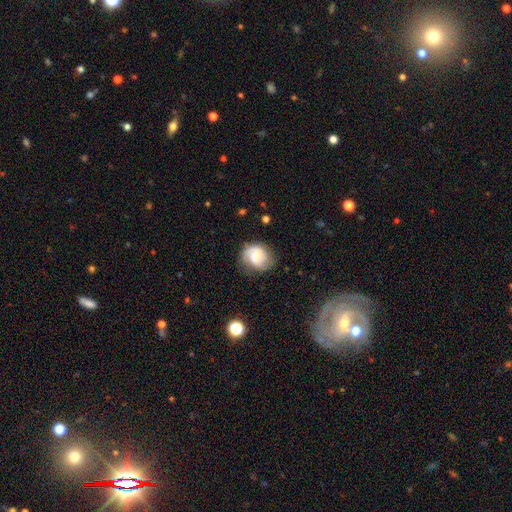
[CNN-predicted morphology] Smooth or featured? featured or disk (50%)
Edge-on disk? no (98%)
Merging? none (65%)